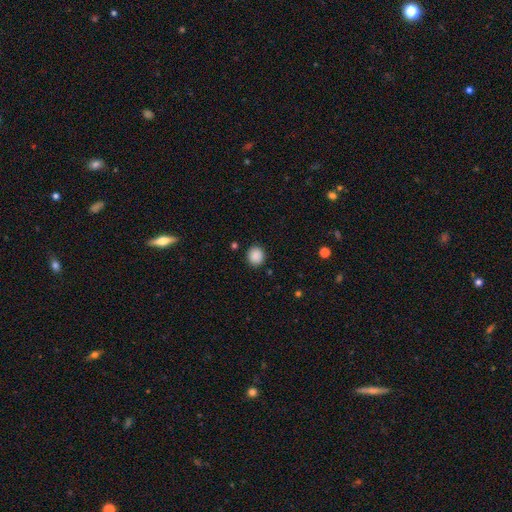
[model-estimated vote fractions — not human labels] Smooth or featured? Predicted: smooth (p=0.88). How rounded? Predicted: round (p=0.84). Merging? Predicted: none (p=0.90).